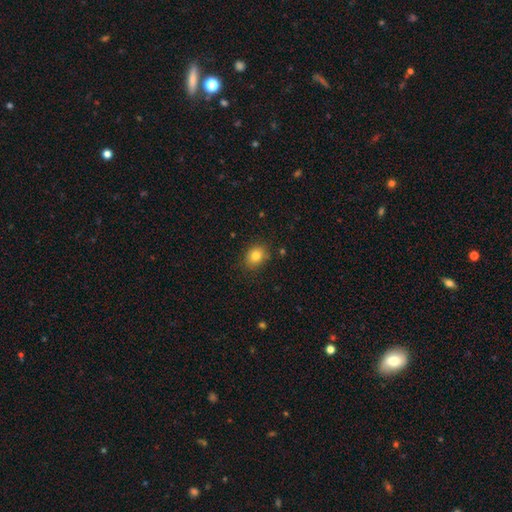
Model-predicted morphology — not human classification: This is clearly a smooth galaxy (82%). How rounded: possibly round (56%). Merging: clearly none (84%).